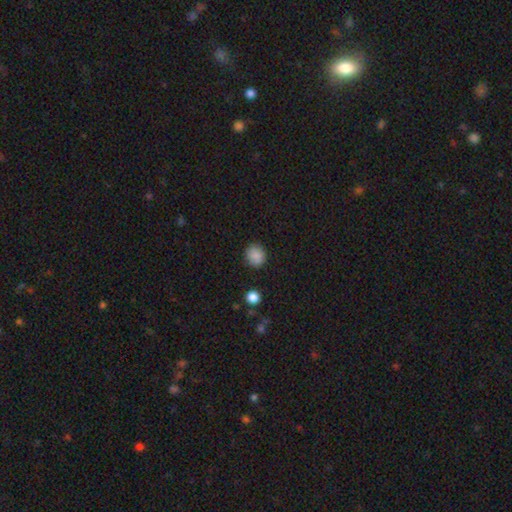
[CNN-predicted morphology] Smooth or featured? Predicted: smooth (p=0.87). How rounded? Predicted: round (p=0.83). Merging? Predicted: none (p=0.89).